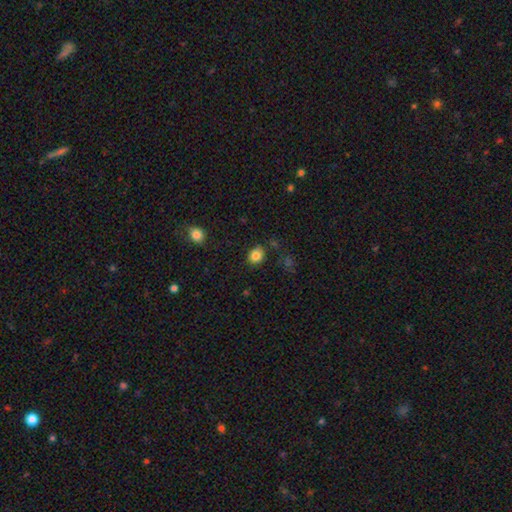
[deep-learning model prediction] smooth-or-featured: smooth: 84% | star or artifact: 11% | featured or disk: 5%
  how-rounded: round: 64% | in between: 35% | cigar-shaped: 1%
  merging: none: 80% | minor disturbance: 14% | major disturbance: 3% | merger: 3%